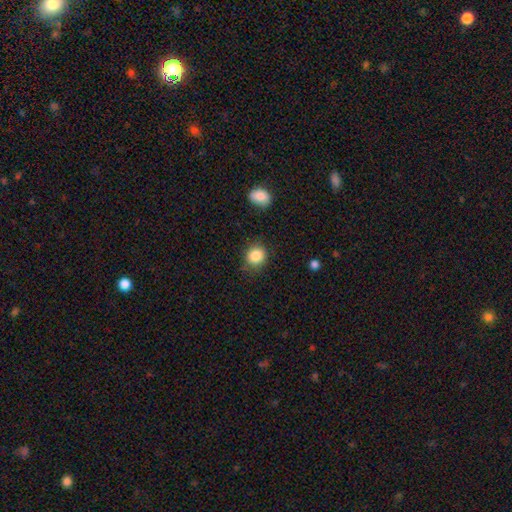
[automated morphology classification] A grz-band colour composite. It shows a smooth galaxy with no disk features (86%) that is round (82%). Merging: none (81%).